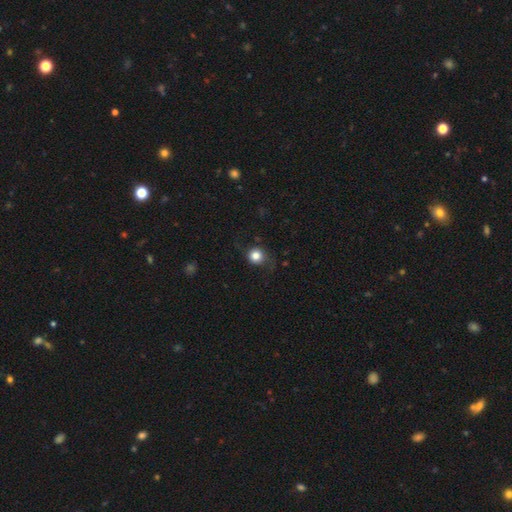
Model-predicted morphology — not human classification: A smooth galaxy with no disk features (80%) that is round (89%). Merging: none (73%).